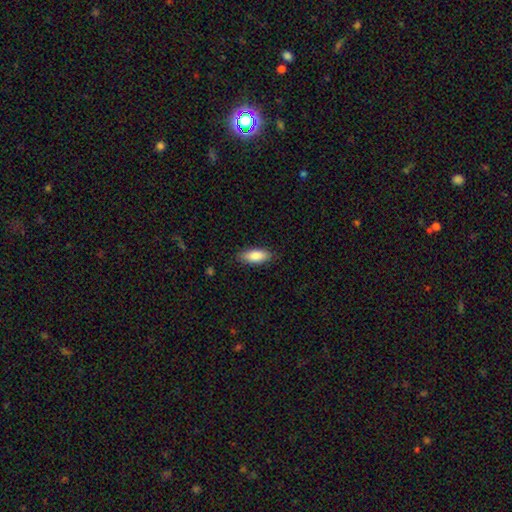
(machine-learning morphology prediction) smooth_or_featured: smooth (p=0.87) [alt: featured or disk p=0.07]
how_rounded: in between (p=0.81) [alt: cigar-shaped p=0.17]
merging: none (p=0.84) [alt: minor disturbance p=0.13]